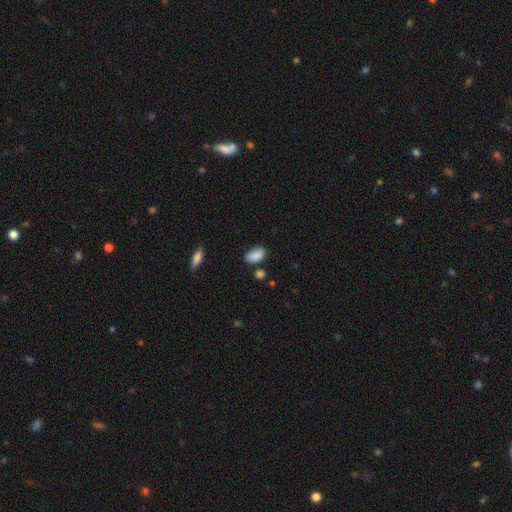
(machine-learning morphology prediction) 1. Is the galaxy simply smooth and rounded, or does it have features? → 88% smooth, 8% star or artifact, 4% featured or disk.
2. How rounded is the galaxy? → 93% in between, 5% round, 2% cigar-shaped.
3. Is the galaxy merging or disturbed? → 73% none, 18% minor disturbance, 6% merger, 4% major disturbance.